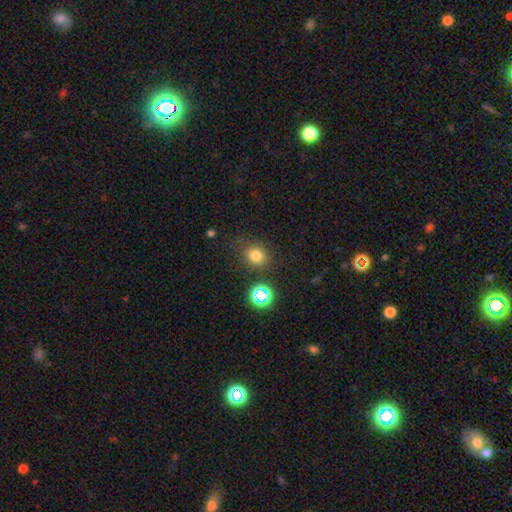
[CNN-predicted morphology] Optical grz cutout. It shows a smooth galaxy with no disk features (75%) that is round (76%). Merging: none (76%).